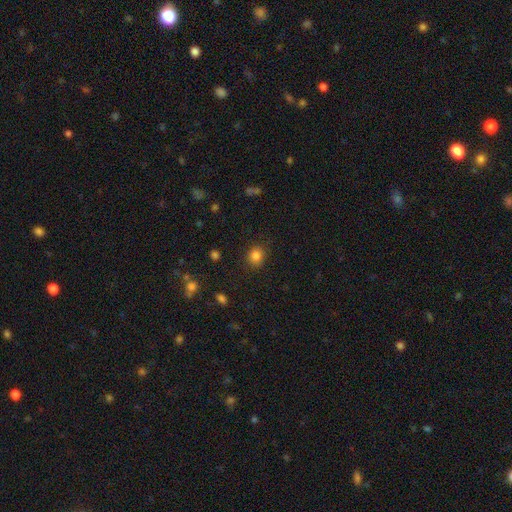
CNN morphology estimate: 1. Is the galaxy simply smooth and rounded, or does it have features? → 84% smooth, 12% star or artifact, 4% featured or disk.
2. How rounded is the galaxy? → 75% round, 24% in between, 1% cigar-shaped.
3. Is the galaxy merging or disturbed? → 86% none, 9% minor disturbance, 3% major disturbance, 1% merger.